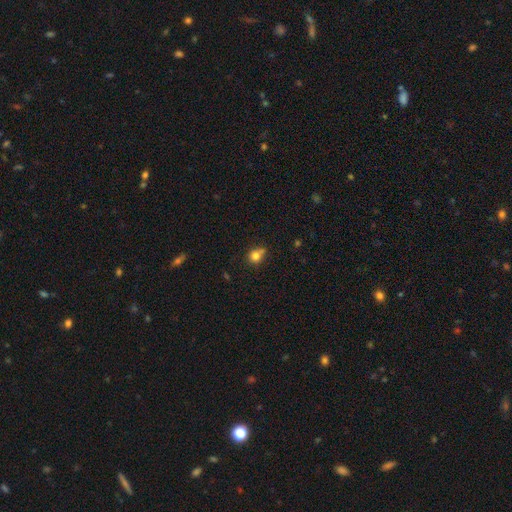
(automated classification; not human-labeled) smooth_or_featured: smooth (p=0.79) [alt: star or artifact p=0.12]
how_rounded: round (p=0.71) [alt: in between p=0.28]
merging: none (p=0.51) [alt: minor disturbance p=0.27]